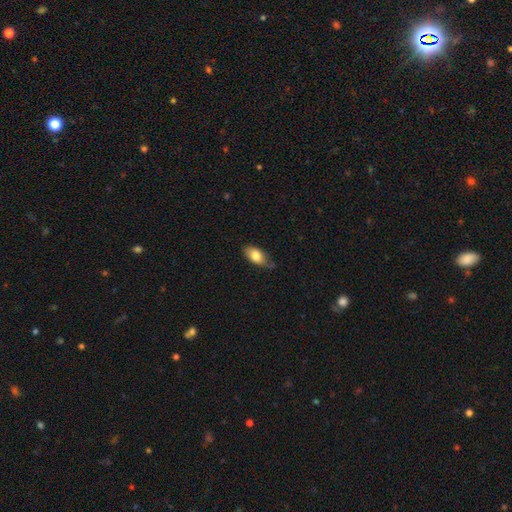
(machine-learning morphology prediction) Smooth or featured?
  - smooth: 77% *
  - featured or disk: 17%
  - star or artifact: 6%
How rounded?
  - in between: 88% *
  - cigar-shaped: 8%
  - round: 4%
Merging?
  - none: 62% *
  - minor disturbance: 31%
  - major disturbance: 5%
  - merger: 2%